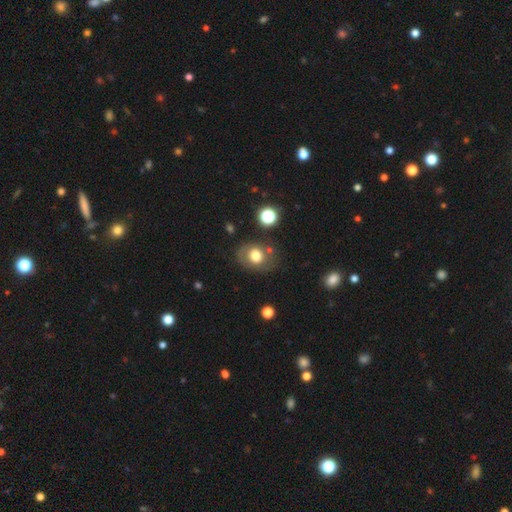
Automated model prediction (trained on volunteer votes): smooth_or_featured: smooth (p=0.72) [alt: featured or disk p=0.17]
how_rounded: round (p=0.57) [alt: in between p=0.42]
merging: none (p=0.70) [alt: minor disturbance p=0.16]